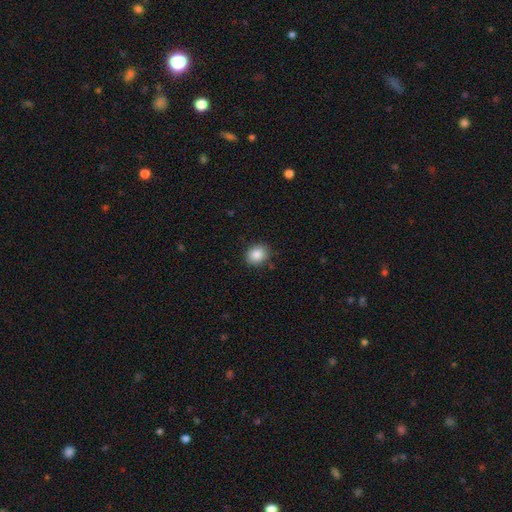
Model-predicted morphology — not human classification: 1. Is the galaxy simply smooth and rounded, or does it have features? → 86% smooth, 9% star or artifact, 5% featured or disk.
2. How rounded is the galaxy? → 62% round, 37% in between, 1% cigar-shaped.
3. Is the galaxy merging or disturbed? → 88% none, 9% minor disturbance, 2% major disturbance, 1% merger.